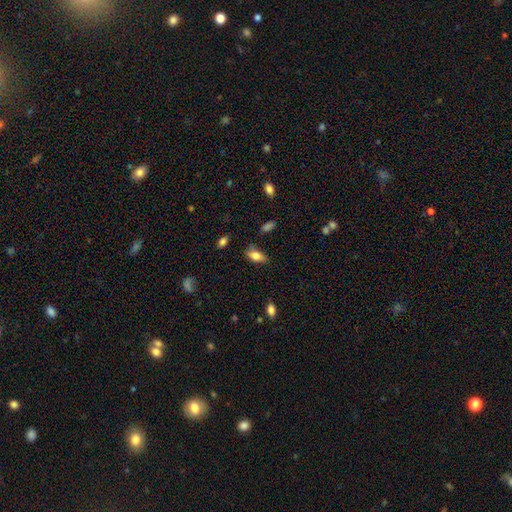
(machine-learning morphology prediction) smooth_or_featured: smooth (p=0.77) [alt: featured or disk p=0.15]
how_rounded: in between (p=0.86) [alt: cigar-shaped p=0.10]
merging: none (p=0.63) [alt: minor disturbance p=0.27]